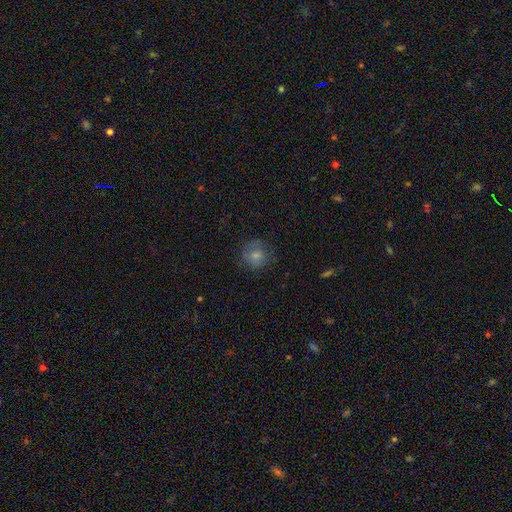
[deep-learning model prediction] This appears to be a smooth galaxy with no disk features (76%) that is round (85%). Merging: none (74%).